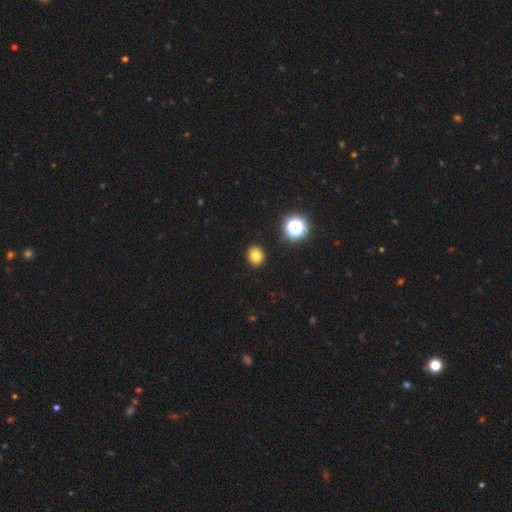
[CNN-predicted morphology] smooth 79%, star or artifact 14%, featured or disk 7%. Down the decision tree: how rounded — round (70%); merging — none (91%).